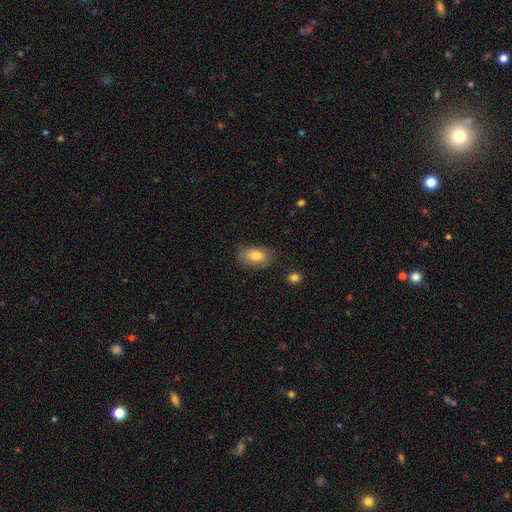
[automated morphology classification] smooth_or_featured: smooth (p=0.79) [alt: featured or disk p=0.14]
how_rounded: in between (p=0.88) [alt: round p=0.09]
merging: none (p=0.74) [alt: minor disturbance p=0.20]